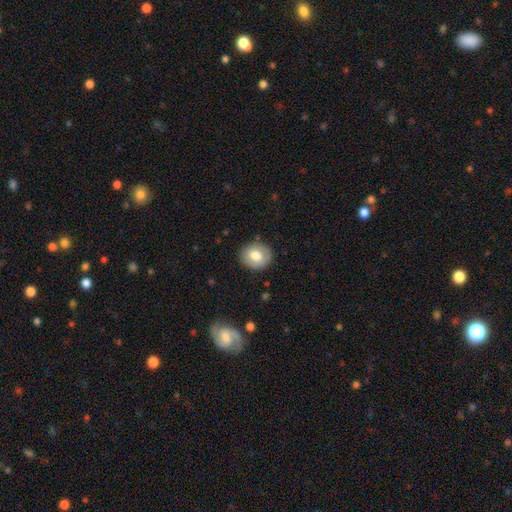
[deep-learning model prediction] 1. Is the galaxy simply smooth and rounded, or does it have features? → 73% smooth, 19% featured or disk, 8% star or artifact.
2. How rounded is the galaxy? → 71% round, 28% in between, 1% cigar-shaped.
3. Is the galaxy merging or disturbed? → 86% none, 10% minor disturbance, 3% major disturbance, 1% merger.